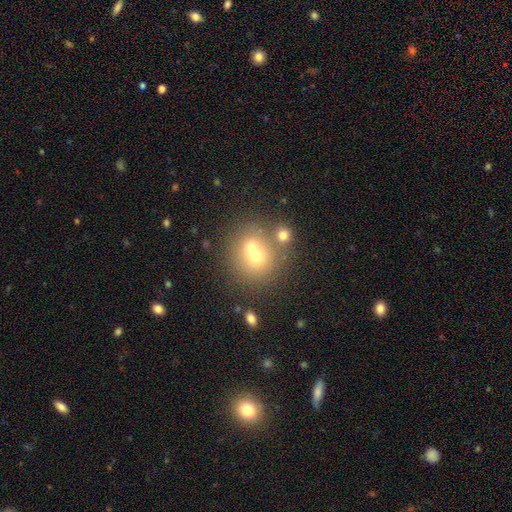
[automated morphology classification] A smooth galaxy with no disk features (60%) that is round (87%).

Vote fractions:
- Smooth or featured? smooth: 60% / featured or disk: 24% / star or artifact: 16%
- How rounded? round: 87% / in between: 12% / cigar-shaped: 1%
- Merging? merger: 45% / none: 44% / minor disturbance: 7% / major disturbance: 3%